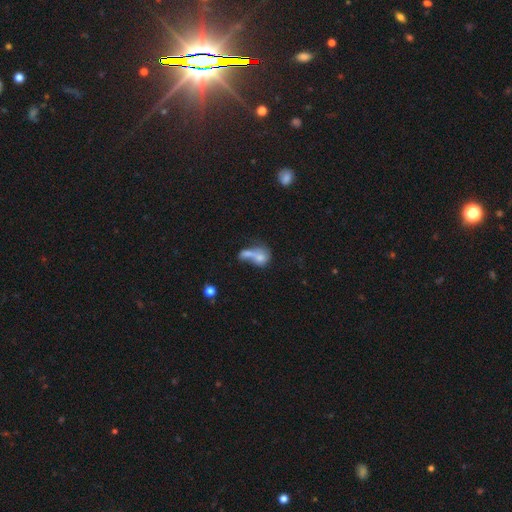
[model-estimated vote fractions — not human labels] Smooth or featured? smooth (66%)
How rounded? in between (59%)
Merging? merger (64%)